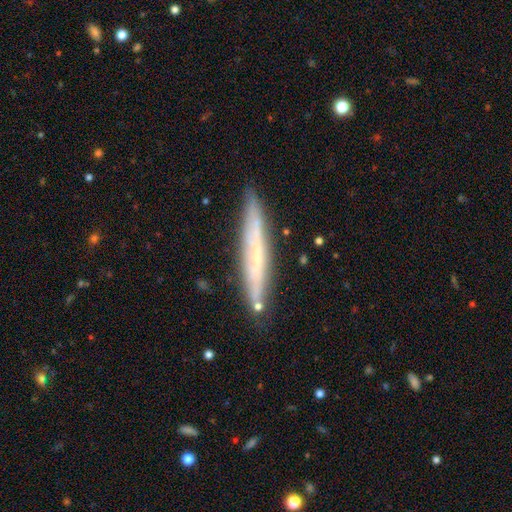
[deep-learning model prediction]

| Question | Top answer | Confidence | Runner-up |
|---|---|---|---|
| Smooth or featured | featured or disk | 56% | smooth (37%) |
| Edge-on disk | yes | 88% | no (12%) |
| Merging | none | 83% | minor disturbance (12%) |